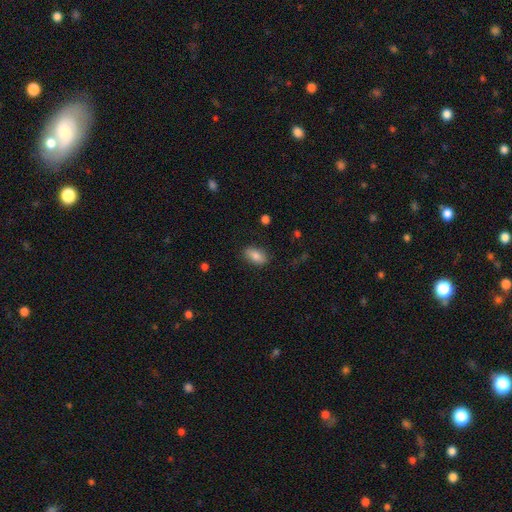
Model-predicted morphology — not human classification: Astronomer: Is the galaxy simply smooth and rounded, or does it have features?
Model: smooth — 83%.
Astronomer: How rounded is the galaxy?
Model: in between — 91%.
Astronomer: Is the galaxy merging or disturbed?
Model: none — 84%.